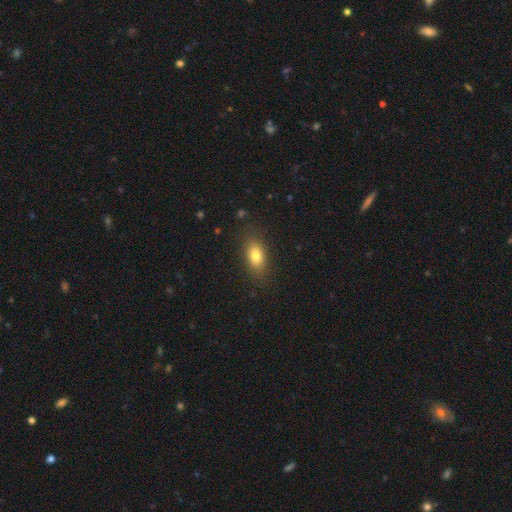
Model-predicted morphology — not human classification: A smooth galaxy with no disk features (80%) that is in between round and cigar-shaped (83%).

Vote fractions:
- Smooth or featured? smooth: 80% / featured or disk: 11% / star or artifact: 10%
- How rounded? in between: 83% / round: 11% / cigar-shaped: 6%
- Merging? none: 84% / minor disturbance: 11% / major disturbance: 4% / merger: 1%